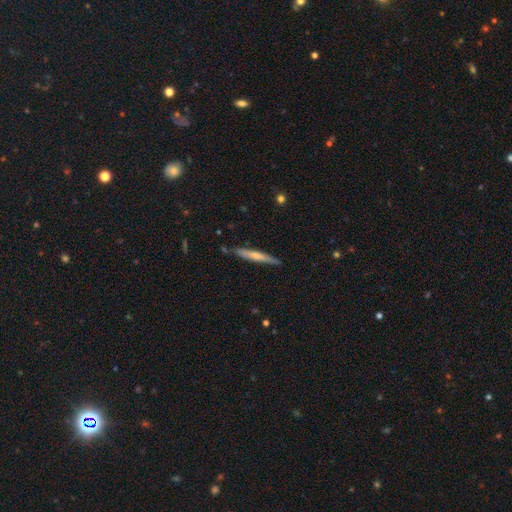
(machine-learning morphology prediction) The model was most divided on "smooth or featured": smooth: 51%, featured or disk: 44%, star or artifact: 5%. More confident: how rounded — cigar-shaped (95%); merging — none (84%).